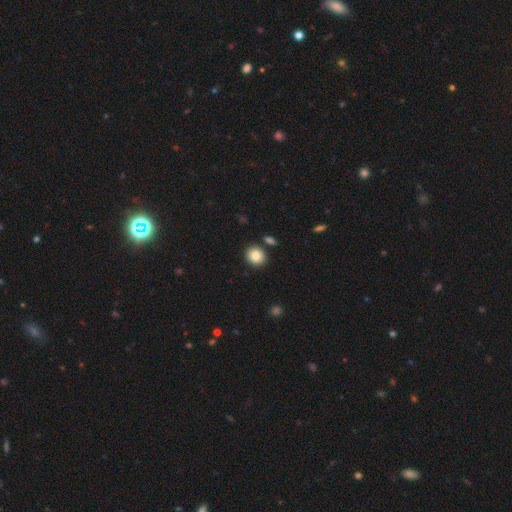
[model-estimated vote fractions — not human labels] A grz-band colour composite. It shows a smooth galaxy with no disk features (85%) that is round (78%). Merging: none (83%).